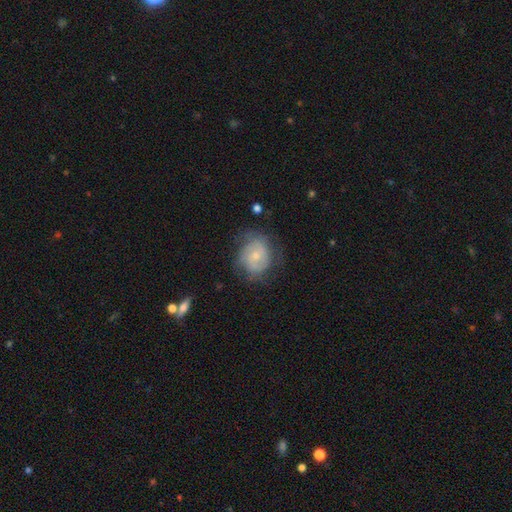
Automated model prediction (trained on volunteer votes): Smooth or featured?
  - featured or disk: 51% *
  - smooth: 41%
  - star or artifact: 8%
Edge-on disk?
  - no: 97% *
  - yes: 3%
Merging?
  - none: 62% *
  - minor disturbance: 25%
  - major disturbance: 12%
  - merger: 1%